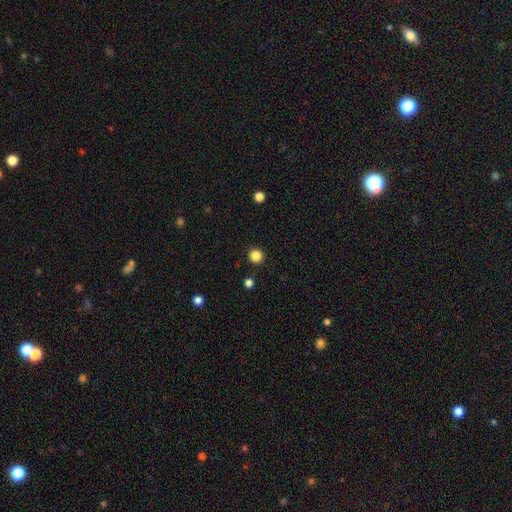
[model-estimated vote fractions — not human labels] smooth_or_featured: smooth (p=0.85) [alt: star or artifact p=0.12]
how_rounded: round (p=0.94) [alt: in between p=0.05]
merging: none (p=0.92) [alt: minor disturbance p=0.05]